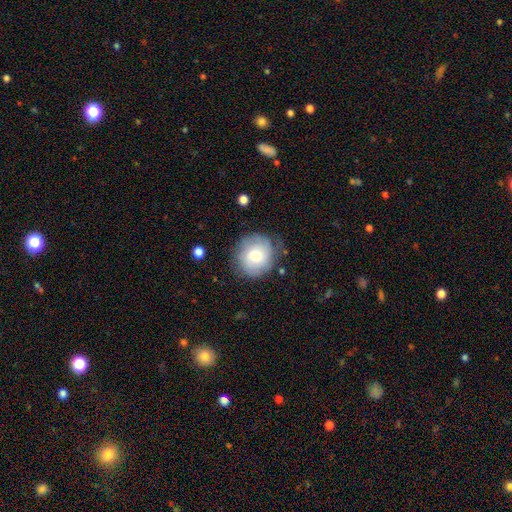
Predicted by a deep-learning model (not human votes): Smooth or featured? Predicted: smooth (p=0.67). How rounded? Predicted: round (p=0.89). Merging? Predicted: none (p=0.74).